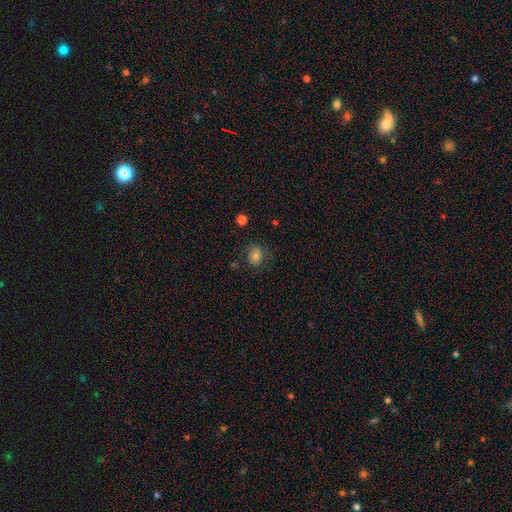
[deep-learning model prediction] Smooth or featured: smooth — 73% (star or artifact — 14%)
How rounded: round — 53% (in between — 46%)
Merging: none — 75% (minor disturbance — 17%)